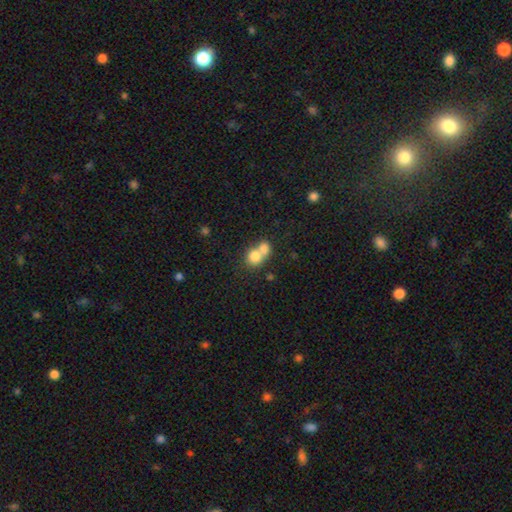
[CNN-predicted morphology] smooth 78%, featured or disk 13%, star or artifact 10%. Down the decision tree: how rounded — round (68%); merging — merger (64%).